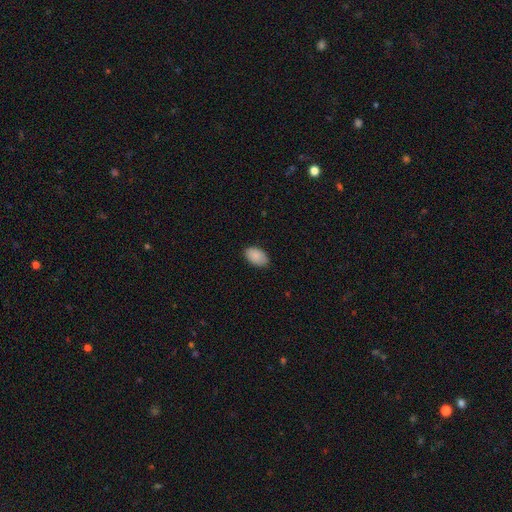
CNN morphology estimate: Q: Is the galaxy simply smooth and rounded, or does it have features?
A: smooth — 89%.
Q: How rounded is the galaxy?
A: in between — 92%.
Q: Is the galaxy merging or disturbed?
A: none — 84%.